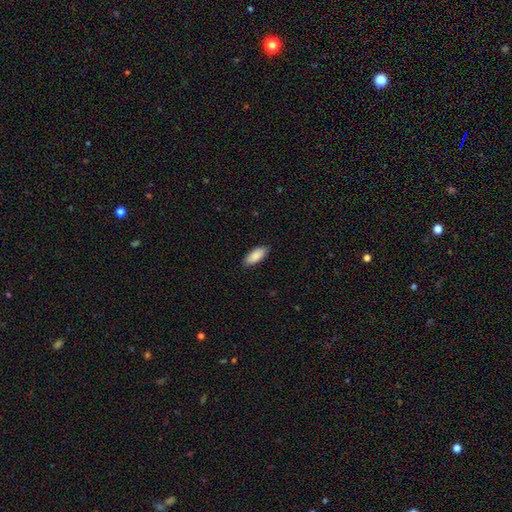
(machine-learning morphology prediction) Smooth or featured? Predicted: smooth (p=0.89). How rounded? Predicted: in between (p=0.80). Merging? Predicted: none (p=0.88).